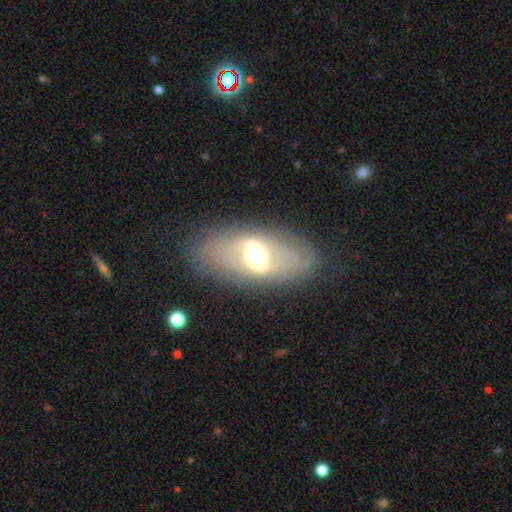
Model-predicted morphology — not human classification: The model was most divided on "bulge size": moderate: 57%, large: 30%, small: 7%, dominant: 5%, none: 1%. More confident: merging — none (79%); edge-on disk — no (75%); spiral arms — no (70%); smooth or featured — featured or disk (68%); bar — strong (57%).